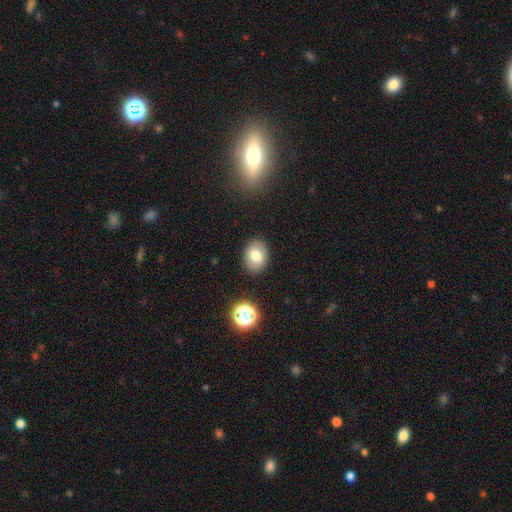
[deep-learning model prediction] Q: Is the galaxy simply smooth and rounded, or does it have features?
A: smooth — 76%.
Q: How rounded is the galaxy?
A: in between — 68%.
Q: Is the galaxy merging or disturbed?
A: none — 85%.